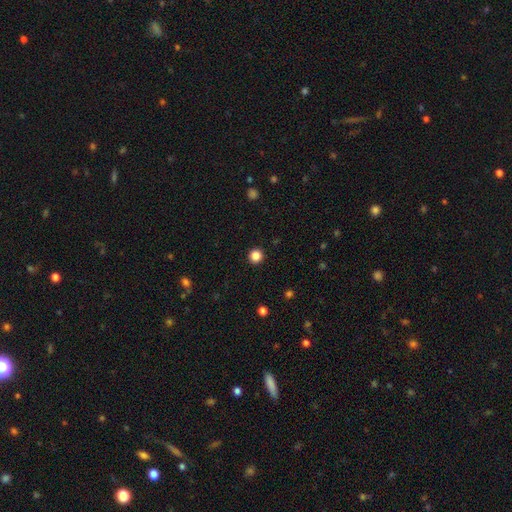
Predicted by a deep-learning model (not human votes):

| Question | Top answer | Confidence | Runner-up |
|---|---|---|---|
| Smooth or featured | smooth | 85% | star or artifact (12%) |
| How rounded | round | 96% | in between (3%) |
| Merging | none | 93% | minor disturbance (4%) |